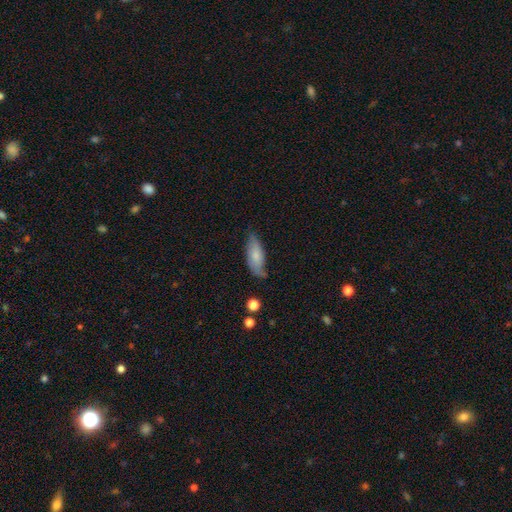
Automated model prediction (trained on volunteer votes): Smooth or featured?
  - smooth: 67% *
  - featured or disk: 26%
  - star or artifact: 7%
How rounded?
  - in between: 73% *
  - cigar-shaped: 25%
  - round: 2%
Merging?
  - none: 61% *
  - minor disturbance: 30%
  - major disturbance: 7%
  - merger: 2%